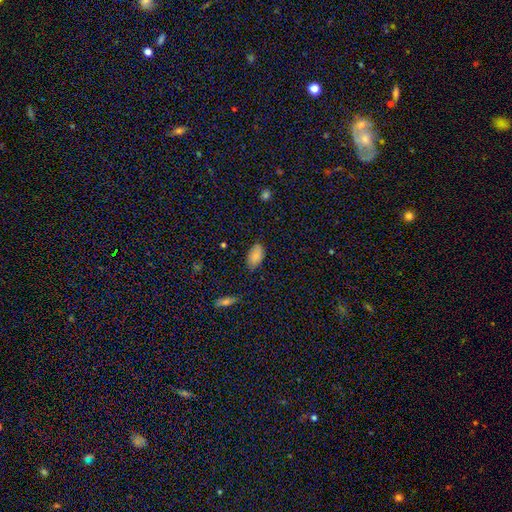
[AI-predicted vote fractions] smooth-or-featured: smooth: 84% | star or artifact: 8% | featured or disk: 7%
  how-rounded: in between: 94% | round: 4% | cigar-shaped: 2%
  merging: none: 77% | minor disturbance: 19% | major disturbance: 3% | merger: 1%